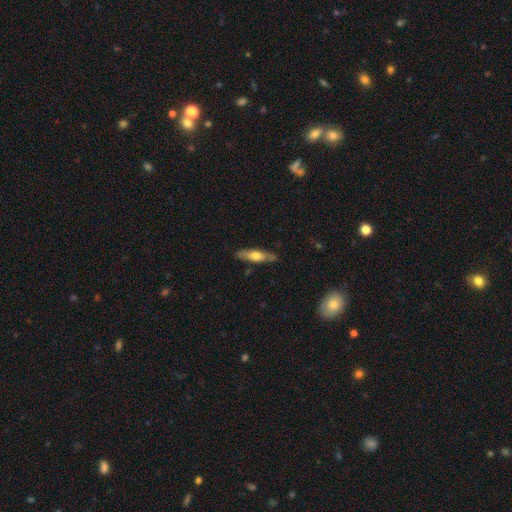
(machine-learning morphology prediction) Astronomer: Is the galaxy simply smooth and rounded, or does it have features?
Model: smooth — 53% (runner-up: featured or disk, 41%).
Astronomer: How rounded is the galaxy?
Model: cigar-shaped — 70%.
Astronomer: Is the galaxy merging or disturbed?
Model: none — 83%.